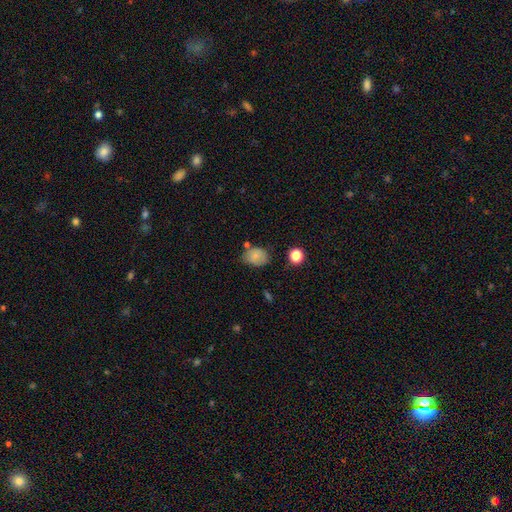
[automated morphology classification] A smooth galaxy with no disk features (77%) that is in between round and cigar-shaped (63%).

Vote fractions:
- Smooth or featured? smooth: 77% / featured or disk: 13% / star or artifact: 10%
- How rounded? in between: 63% / round: 36% / cigar-shaped: 1%
- Merging? none: 62% / minor disturbance: 25% / merger: 6% / major disturbance: 6%